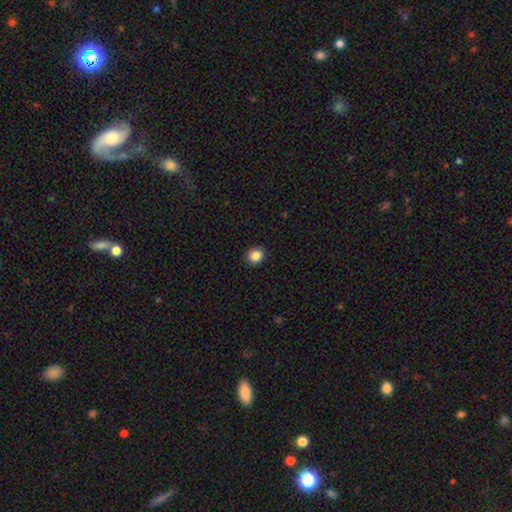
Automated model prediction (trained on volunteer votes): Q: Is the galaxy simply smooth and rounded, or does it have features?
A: smooth — 87%.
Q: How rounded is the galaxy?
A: round — 75%.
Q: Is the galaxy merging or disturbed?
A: none — 90%.